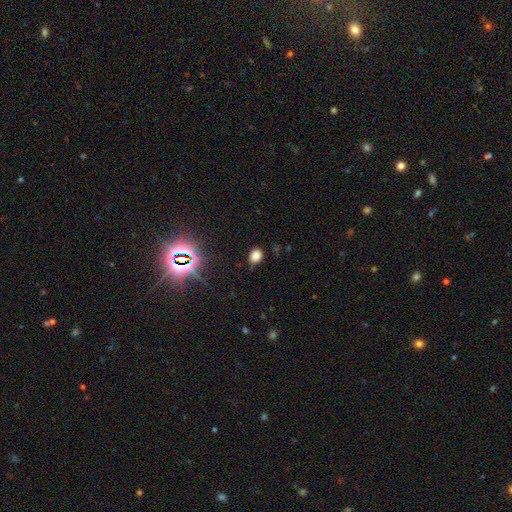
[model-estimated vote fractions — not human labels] smooth_or_featured: smooth (p=0.75) [alt: star or artifact p=0.19]
how_rounded: in between (p=0.51) [alt: round p=0.48]
merging: none (p=0.79) [alt: minor disturbance p=0.15]